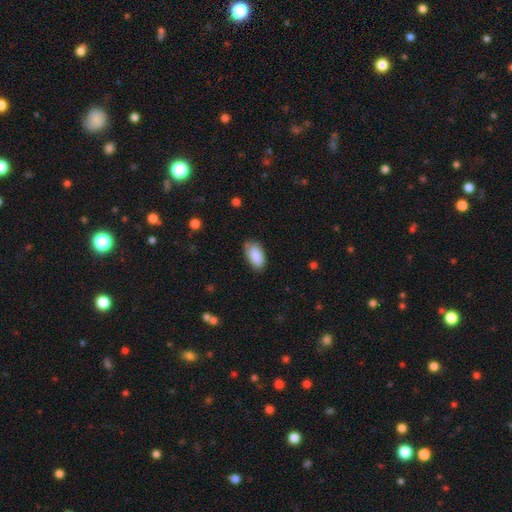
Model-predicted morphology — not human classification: Overall: smooth (88%). How rounded: in between (95%). Merging: none (74%).